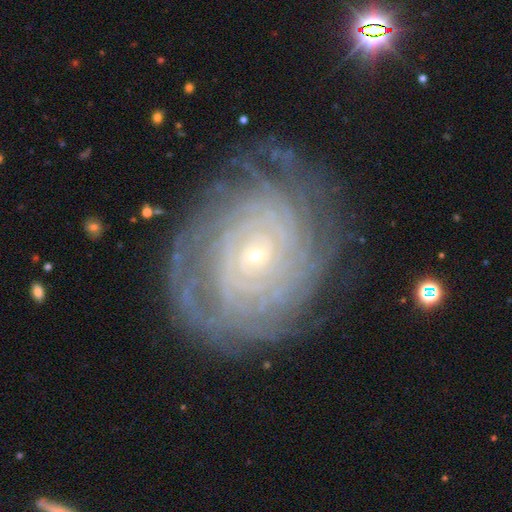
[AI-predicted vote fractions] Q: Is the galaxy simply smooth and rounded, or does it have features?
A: featured or disk — 86%.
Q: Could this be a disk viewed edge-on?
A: no — 97%.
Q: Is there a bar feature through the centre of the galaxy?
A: no — 73%.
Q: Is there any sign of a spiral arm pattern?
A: yes — 95%.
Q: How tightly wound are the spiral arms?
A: tight — 85%.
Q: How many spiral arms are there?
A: can't tell — 37%.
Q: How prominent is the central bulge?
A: small — 85%.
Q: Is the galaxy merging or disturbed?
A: none — 77%.